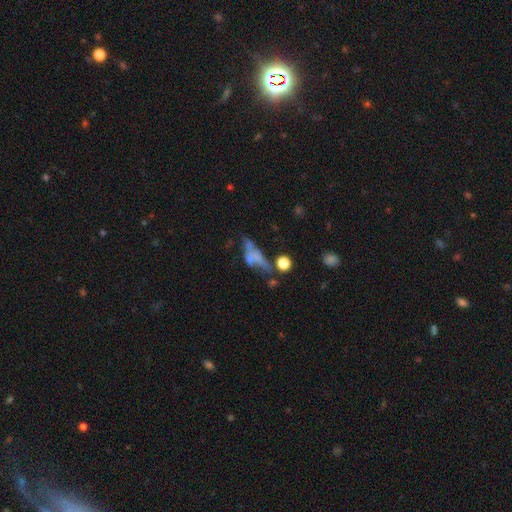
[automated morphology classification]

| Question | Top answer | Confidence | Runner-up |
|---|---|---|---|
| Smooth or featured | featured or disk | 43% | smooth (38%) |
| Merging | none | 32% | major disturbance (26%) |